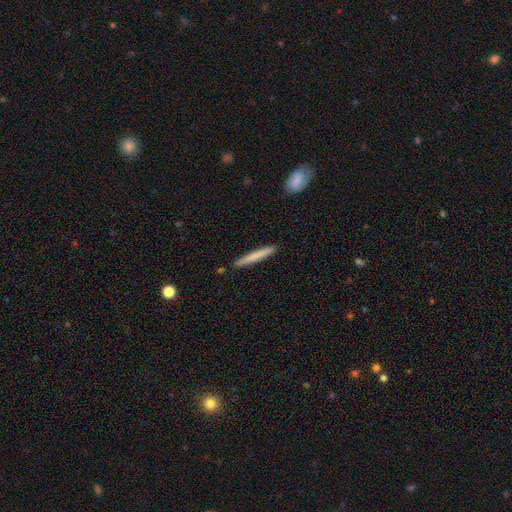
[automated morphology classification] Smooth or featured? Predicted: smooth (p=0.73). How rounded? Predicted: cigar-shaped (p=0.96). Merging? Predicted: none (p=0.90).